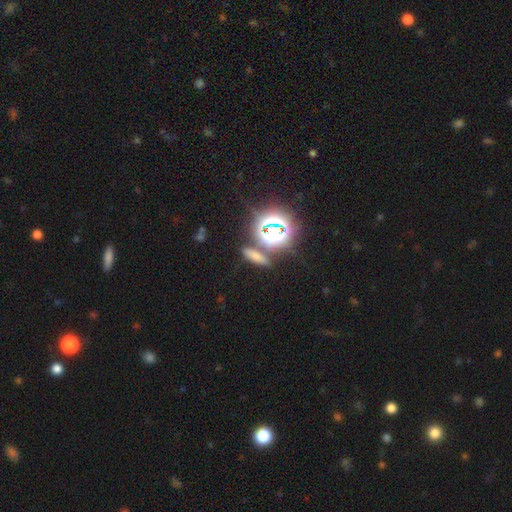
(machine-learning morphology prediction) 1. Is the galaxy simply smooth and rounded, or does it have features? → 54% smooth, 32% star or artifact, 13% featured or disk.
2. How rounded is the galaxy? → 52% cigar-shaped, 32% in between, 16% round.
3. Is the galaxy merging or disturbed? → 78% none, 10% merger, 9% minor disturbance, 4% major disturbance.